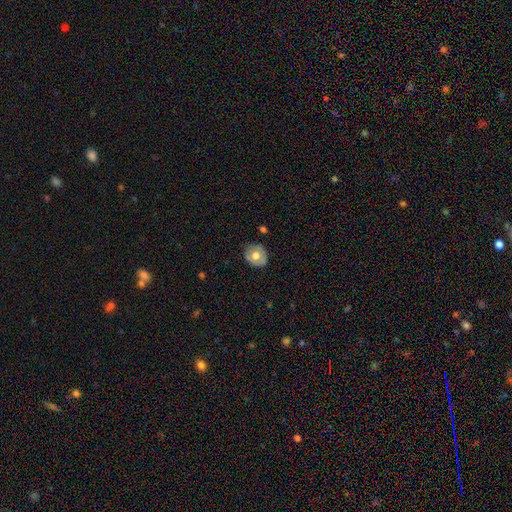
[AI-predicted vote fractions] smooth 61%, featured or disk 32%, star or artifact 8%. Down the decision tree: how rounded — round (71%); merging — none (75%).